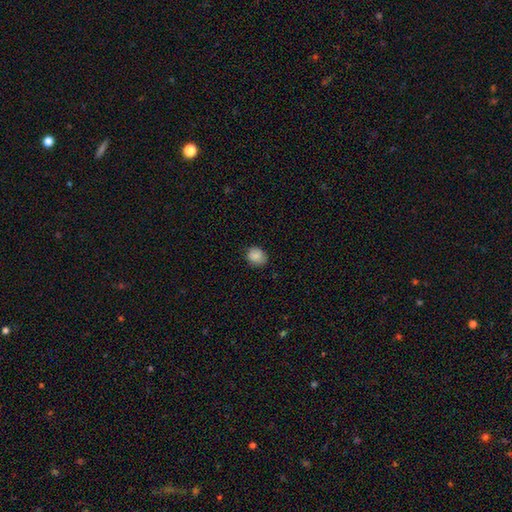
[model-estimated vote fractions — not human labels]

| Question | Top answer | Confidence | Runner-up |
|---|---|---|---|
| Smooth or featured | smooth | 87% | star or artifact (9%) |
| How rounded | round | 63% | in between (36%) |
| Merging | none | 80% | minor disturbance (16%) |